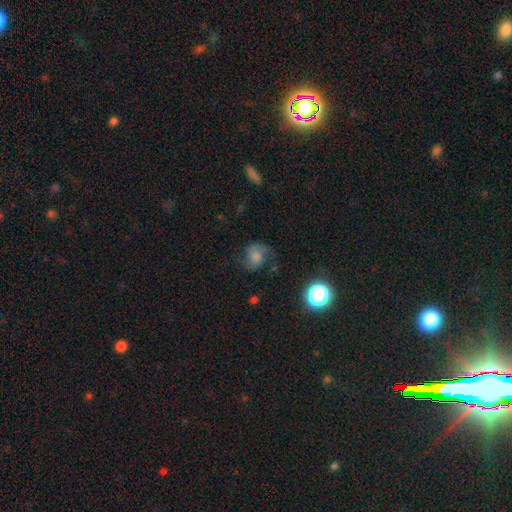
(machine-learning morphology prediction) type=smooth (54%); roundness=round (62%); merging=none (53%).